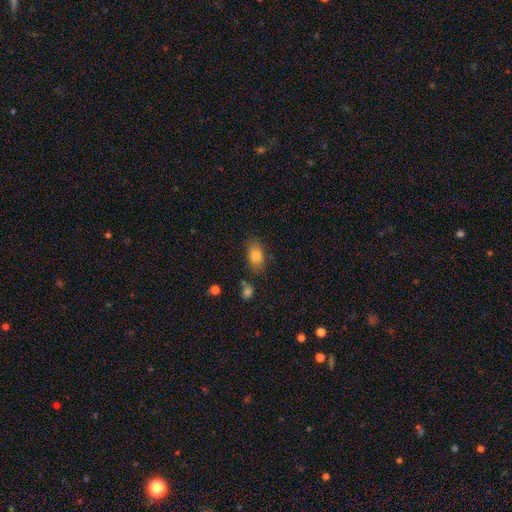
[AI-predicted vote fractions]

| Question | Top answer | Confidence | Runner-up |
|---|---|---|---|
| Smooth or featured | smooth | 83% | star or artifact (9%) |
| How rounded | in between | 88% | round (9%) |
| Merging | none | 77% | minor disturbance (15%) |